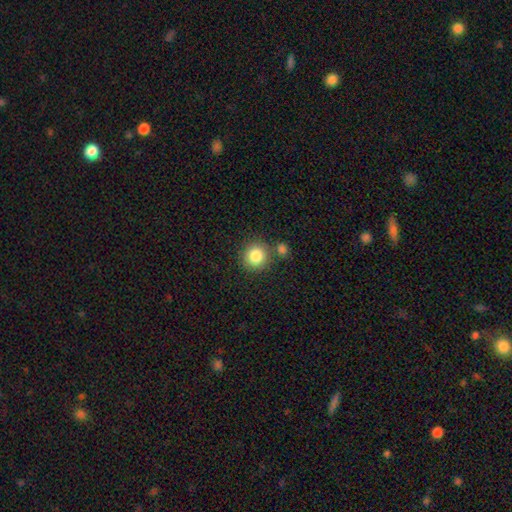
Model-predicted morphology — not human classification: The model was most divided on "merging": none: 76%, merger: 12%, minor disturbance: 9%, major disturbance: 3%. More confident: how rounded — round (91%); smooth or featured — smooth (85%).